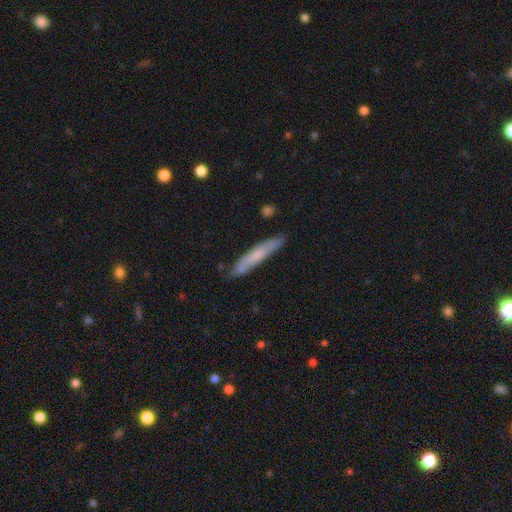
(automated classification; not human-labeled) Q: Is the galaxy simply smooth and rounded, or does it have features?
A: smooth — 61%.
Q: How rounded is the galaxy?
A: cigar-shaped — 91%.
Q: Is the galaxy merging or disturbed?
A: none — 81%.